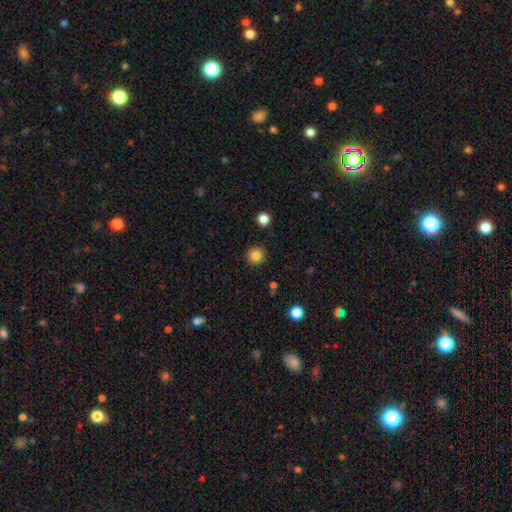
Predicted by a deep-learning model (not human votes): Smooth or featured: smooth — 84% (star or artifact — 11%)
How rounded: round — 95% (in between — 4%)
Merging: none — 91% (minor disturbance — 6%)